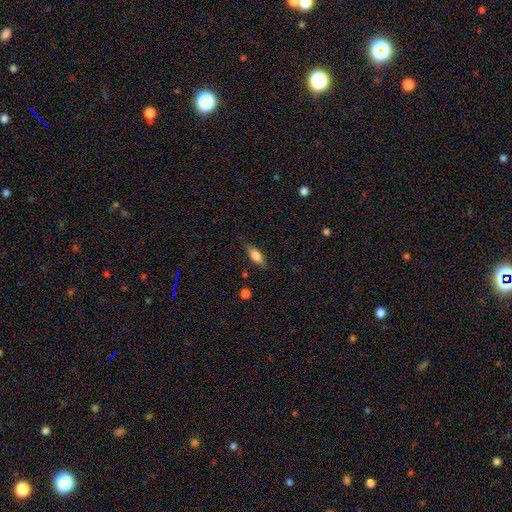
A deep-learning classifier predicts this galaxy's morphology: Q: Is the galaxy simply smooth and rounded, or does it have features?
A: smooth — 69%.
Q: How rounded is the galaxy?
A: in between — 68%.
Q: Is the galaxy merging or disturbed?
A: none — 81%.